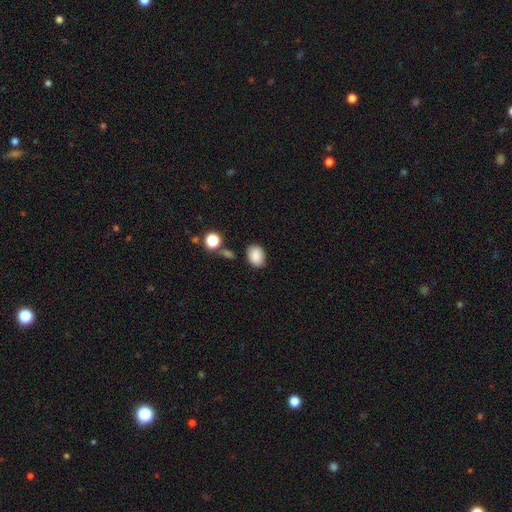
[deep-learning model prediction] smooth 87%, star or artifact 9%, featured or disk 5%. Down the decision tree: how rounded — in between (68%); merging — none (77%).